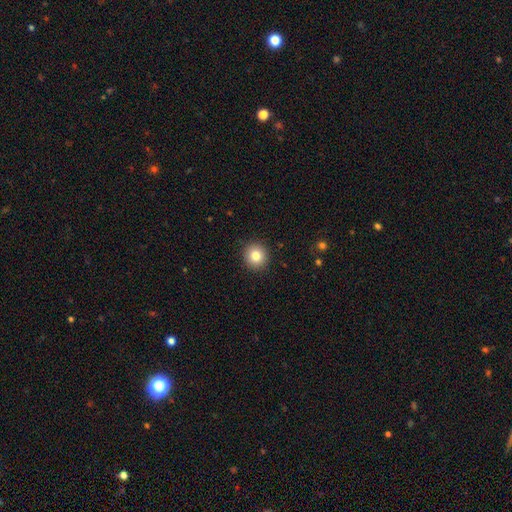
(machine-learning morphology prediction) Smooth or featured? smooth (82%)
How rounded? round (91%)
Merging? none (91%)